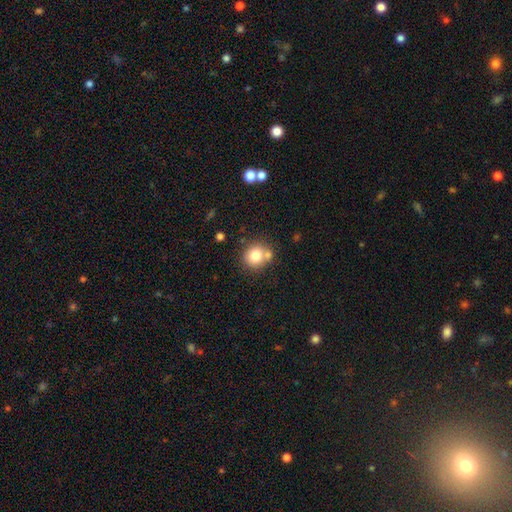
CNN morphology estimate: Smooth or featured?
  - smooth: 78% *
  - featured or disk: 12%
  - star or artifact: 11%
How rounded?
  - round: 84% *
  - in between: 15%
  - cigar-shaped: 1%
Merging?
  - none: 62% *
  - merger: 23%
  - minor disturbance: 11%
  - major disturbance: 4%